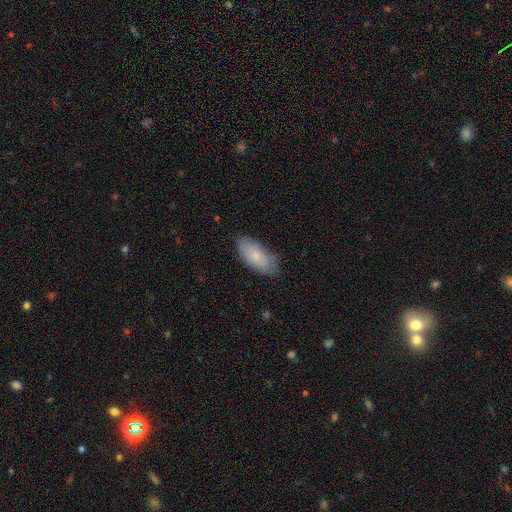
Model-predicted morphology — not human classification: This is likely a smooth galaxy (75%). How rounded: clearly in between (89%). Merging: likely none (74%).